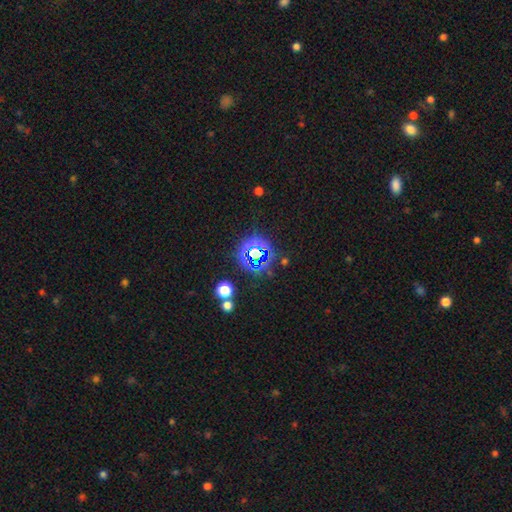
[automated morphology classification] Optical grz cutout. It shows a star or artifact, not a galaxy (71%).